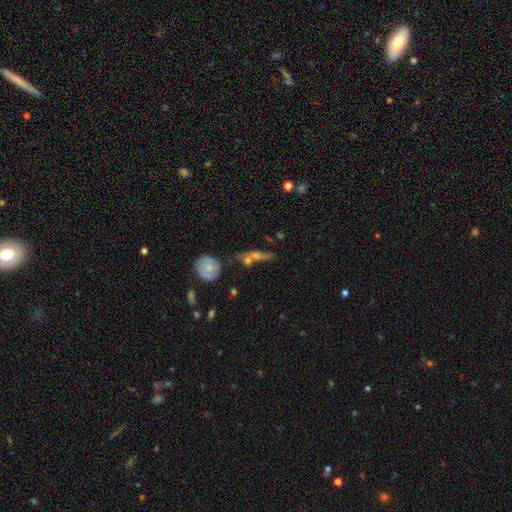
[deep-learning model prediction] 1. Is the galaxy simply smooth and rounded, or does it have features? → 56% featured or disk, 31% smooth, 12% star or artifact.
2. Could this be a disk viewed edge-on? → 67% yes, 33% no.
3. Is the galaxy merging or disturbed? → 58% none, 20% merger, 15% minor disturbance, 7% major disturbance.